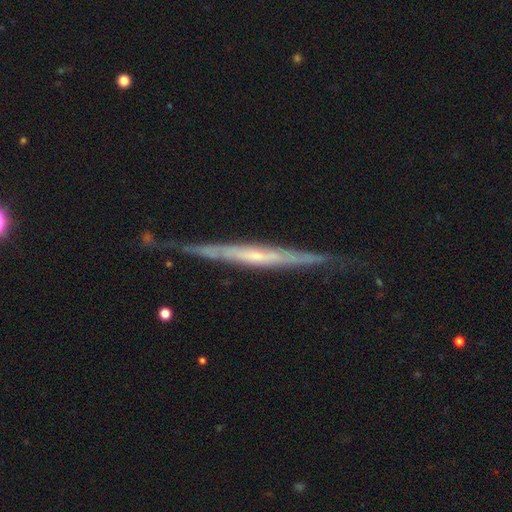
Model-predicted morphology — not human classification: Smooth or featured: featured or disk — 75% (smooth — 19%)
Edge-on disk: yes — 92% (no — 8%)
Edge-on bulge: none — 65% (rounded — 24%)
Merging: none — 75% (minor disturbance — 19%)